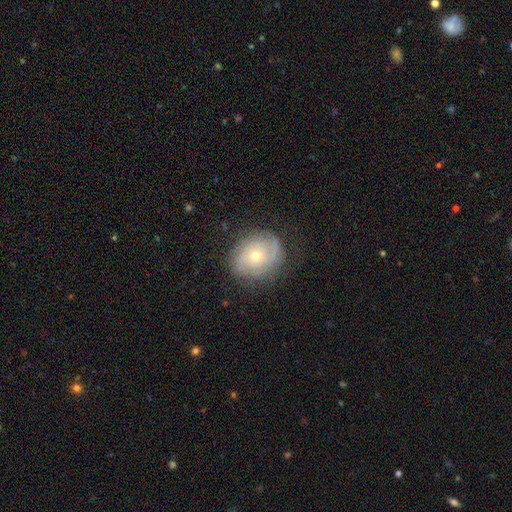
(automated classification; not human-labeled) featured or disk 67%, smooth 25%, star or artifact 8%. Down the decision tree: edge-on disk — no (96%); bar — no (82%); spiral arms — yes (86%); spiral arm count — can't tell (39%); spiral winding — tight (62%); bulge size — small (52%); merging — none (75%).